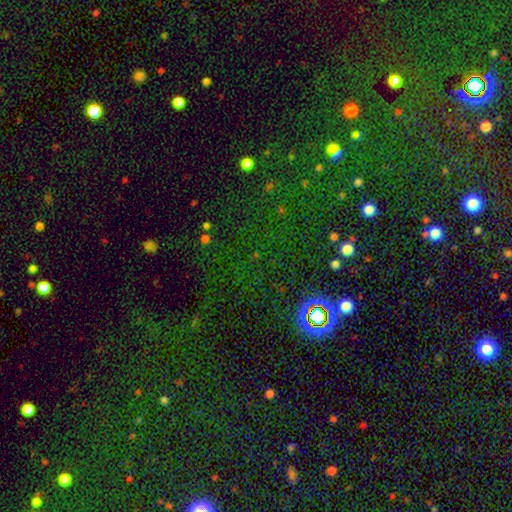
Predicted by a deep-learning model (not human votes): smooth_or_featured: star or artifact (p=0.72) [alt: smooth p=0.19]